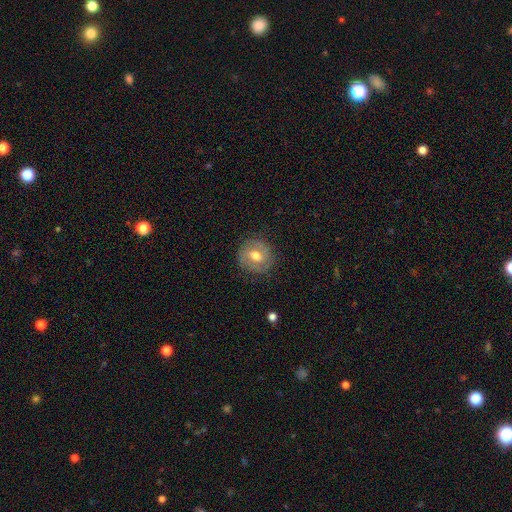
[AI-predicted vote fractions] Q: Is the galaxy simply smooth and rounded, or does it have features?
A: featured or disk — 51%.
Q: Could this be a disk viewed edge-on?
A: no — 96%.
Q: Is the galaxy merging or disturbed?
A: none — 82%.